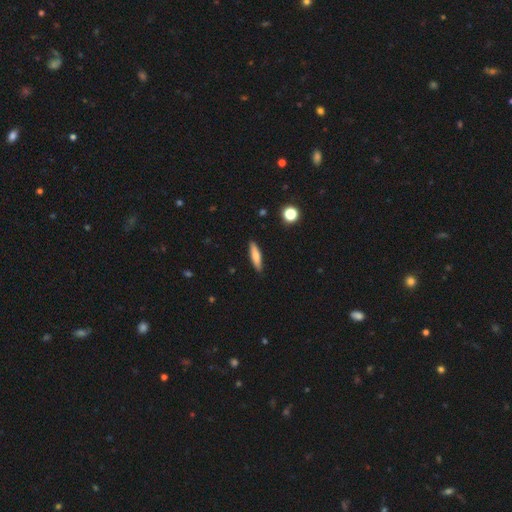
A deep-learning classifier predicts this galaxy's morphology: smooth-or-featured: smooth: 69% | featured or disk: 25% | star or artifact: 7%
  how-rounded: cigar-shaped: 77% | in between: 21% | round: 2%
  merging: none: 89% | minor disturbance: 8% | major disturbance: 2% | merger: 1%